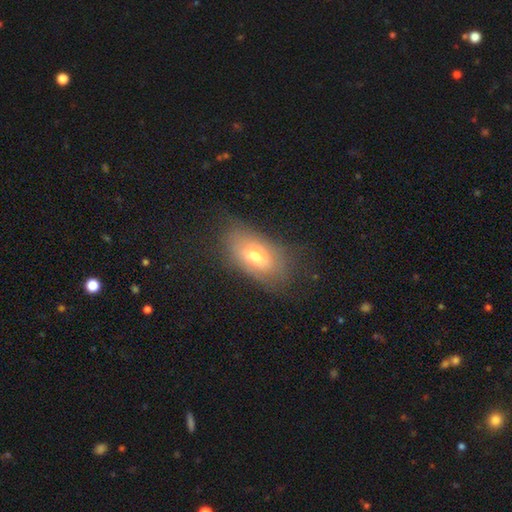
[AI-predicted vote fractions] This appears to be a smooth galaxy with no disk features (64%) that is in between round and cigar-shaped (89%). Merging: none (67%).